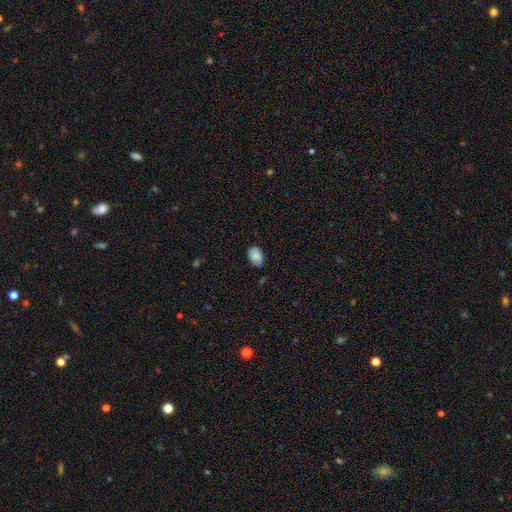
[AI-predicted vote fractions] Q: Smooth or featured?
A: smooth (79%); runner-up: featured or disk (12%)
Q: How rounded?
A: in between (84%); runner-up: round (15%)
Q: Merging?
A: none (68%); runner-up: minor disturbance (26%)